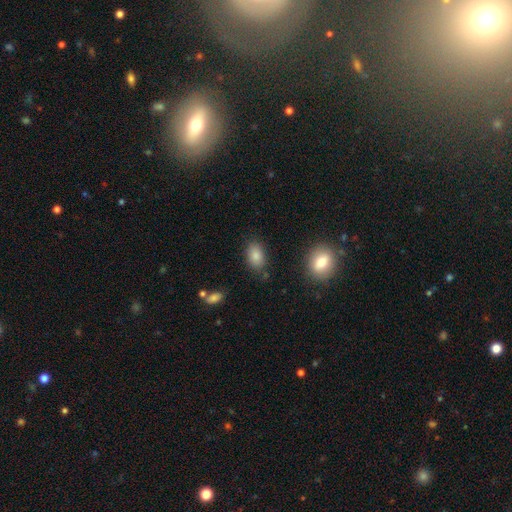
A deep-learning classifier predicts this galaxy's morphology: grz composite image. It shows a smooth galaxy with no disk features (85%) that is in between round and cigar-shaped (87%). Merging: none (77%).